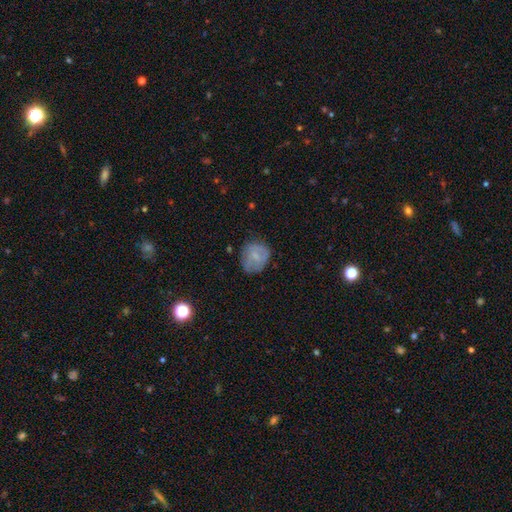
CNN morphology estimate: Smooth or featured? smooth (56%)
How rounded? round (69%)
Merging? none (67%)